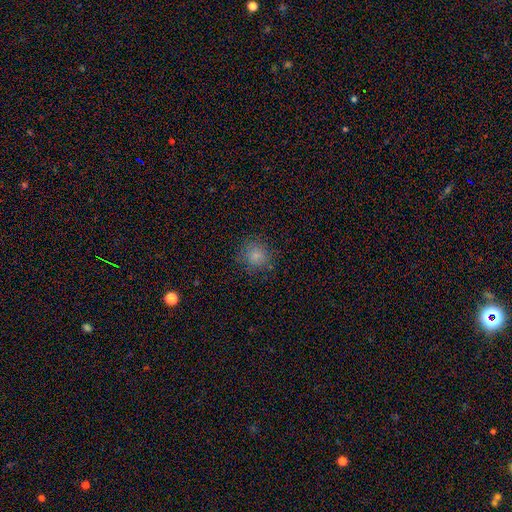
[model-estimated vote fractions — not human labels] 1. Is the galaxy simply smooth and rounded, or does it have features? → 82% smooth, 13% star or artifact, 6% featured or disk.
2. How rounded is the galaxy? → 89% round, 10% in between, 1% cigar-shaped.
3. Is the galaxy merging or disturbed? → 83% none, 11% minor disturbance, 4% major disturbance, 1% merger.